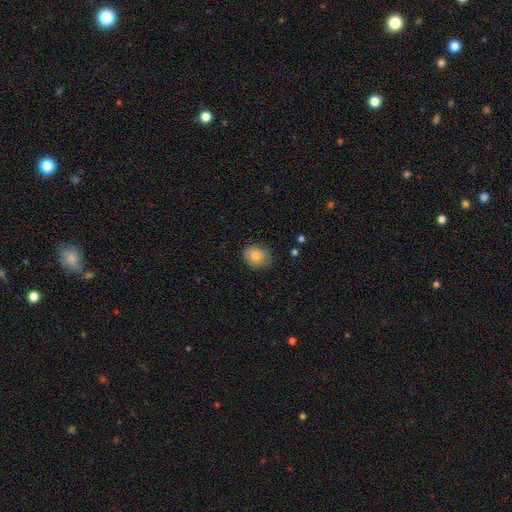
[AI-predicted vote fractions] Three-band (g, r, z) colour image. It shows a smooth galaxy with no disk features (84%) that is round (53%). Merging: none (80%).